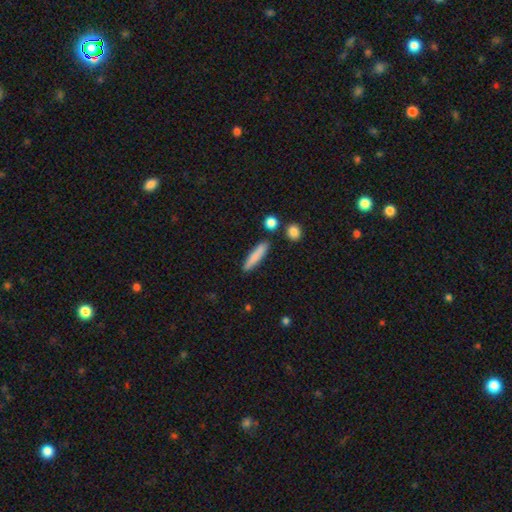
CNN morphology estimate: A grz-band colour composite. It shows a smooth galaxy with no disk features (80%) that is cigar-shaped (86%). Merging: none (84%).